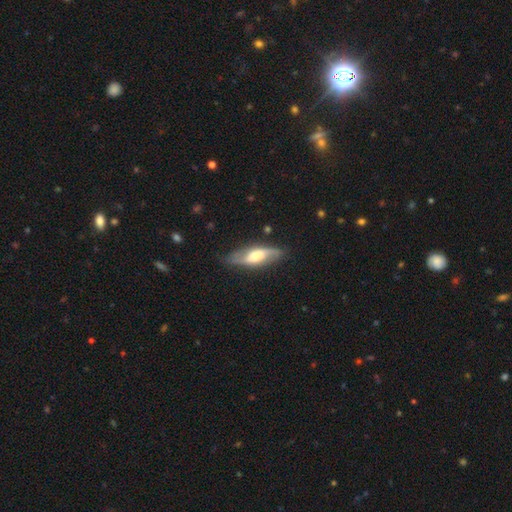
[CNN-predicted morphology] This appears to be a featured or disk galaxy (60%). Merging: none (77%).